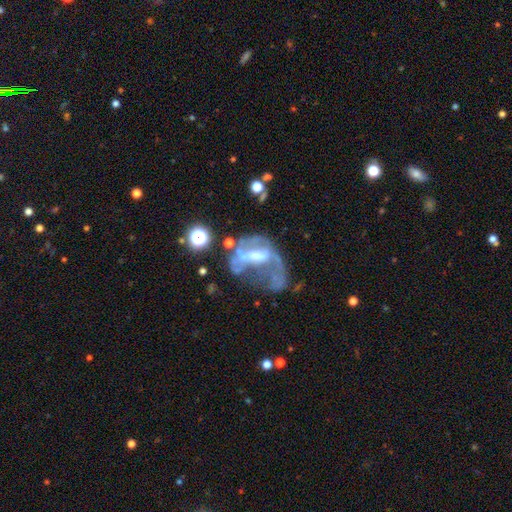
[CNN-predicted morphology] This is likely a featured or disk galaxy (66%). It is clearly not viewed edge-on (94%). Bar: marginally no (38%). Spiral arm pattern: likely no (61%). Central bulge: marginally moderate (38%). Merging: possibly major disturbance (46%).